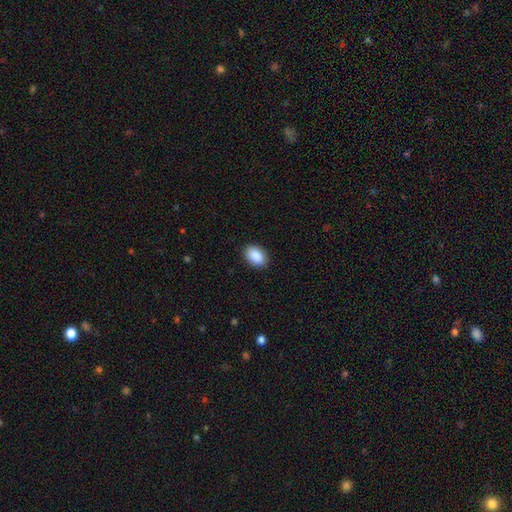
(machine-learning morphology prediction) Smooth or featured? smooth (91%)
How rounded? in between (87%)
Merging? none (90%)